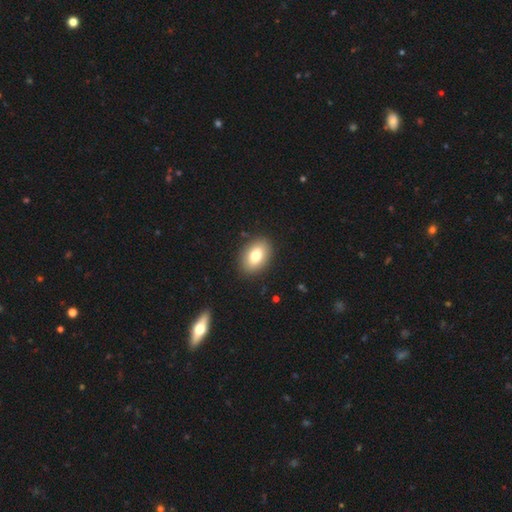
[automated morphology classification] A smooth galaxy with no disk features (77%) that is in between round and cigar-shaped (86%).

Vote fractions:
- Smooth or featured? smooth: 77% / featured or disk: 15% / star or artifact: 8%
- How rounded? in between: 86% / round: 13% / cigar-shaped: 2%
- Merging? none: 89% / minor disturbance: 8% / major disturbance: 2% / merger: 1%